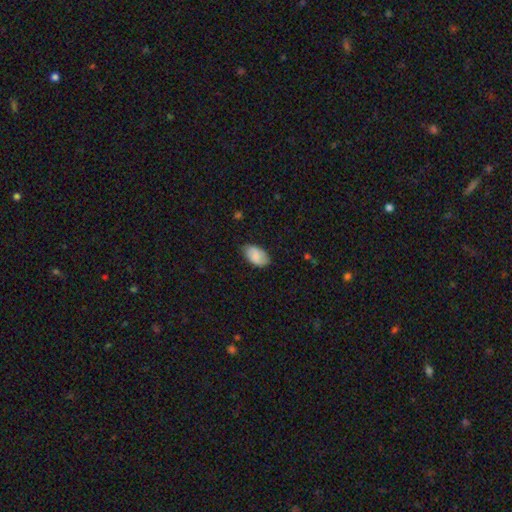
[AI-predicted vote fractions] Smooth or featured? smooth (82%)
How rounded? in between (94%)
Merging? none (78%)